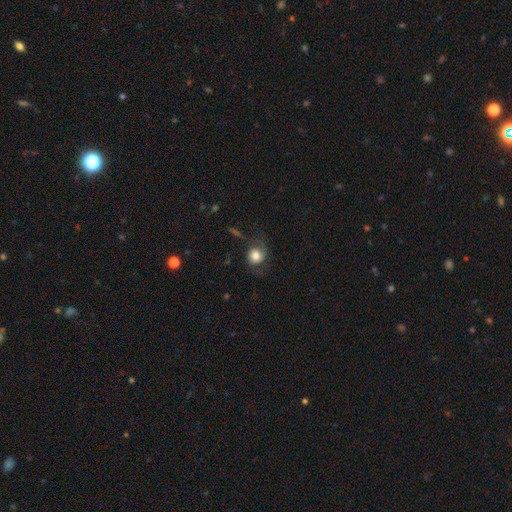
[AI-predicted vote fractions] smooth_or_featured: smooth (p=0.66) [alt: featured or disk p=0.24]
how_rounded: round (p=0.81) [alt: in between p=0.18]
merging: none (p=0.61) [alt: minor disturbance p=0.20]